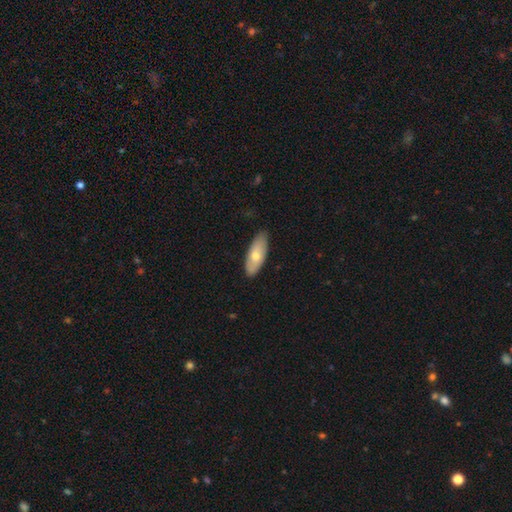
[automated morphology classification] This appears to be a smooth galaxy with no disk features (63%) that is in between round and cigar-shaped (74%). Merging: none (83%).